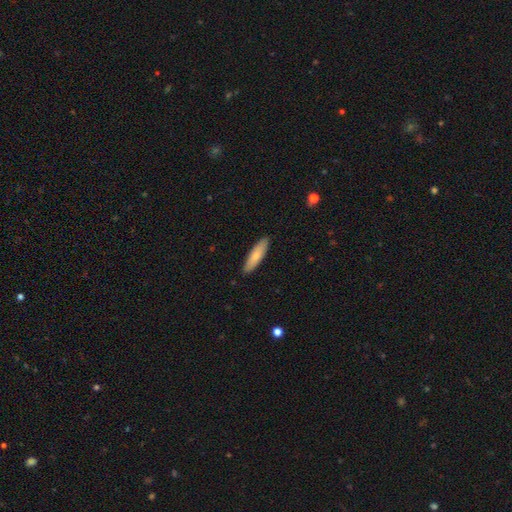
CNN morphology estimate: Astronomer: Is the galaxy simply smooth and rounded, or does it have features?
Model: smooth — 76%.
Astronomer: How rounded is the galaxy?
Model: cigar-shaped — 69%.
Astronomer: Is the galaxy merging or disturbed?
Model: none — 89%.